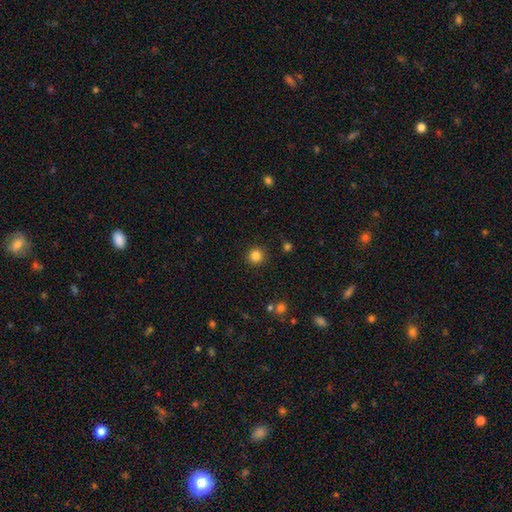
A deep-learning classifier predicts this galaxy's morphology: Smooth or featured? smooth (84%)
How rounded? round (95%)
Merging? none (91%)